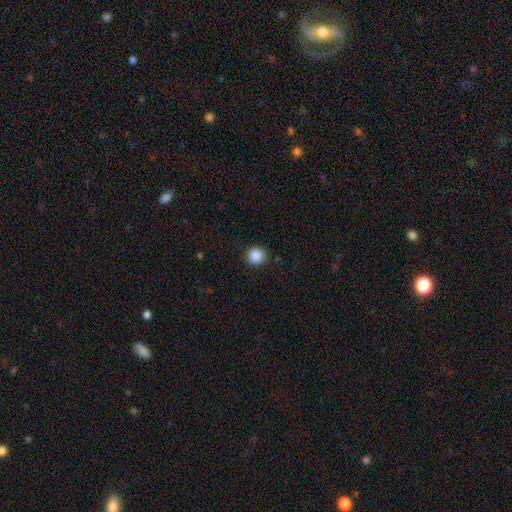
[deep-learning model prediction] smooth-or-featured: smooth: 88% | star or artifact: 9% | featured or disk: 2%
  how-rounded: round: 94% | in between: 5% | cigar-shaped: 1%
  merging: none: 89% | minor disturbance: 7% | major disturbance: 2% | merger: 1%